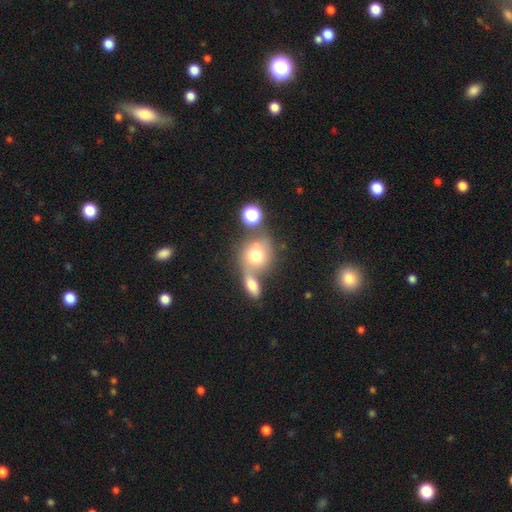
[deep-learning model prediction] Morphology: type=smooth (67%); roundness=round (67%); merging=merger (47%).